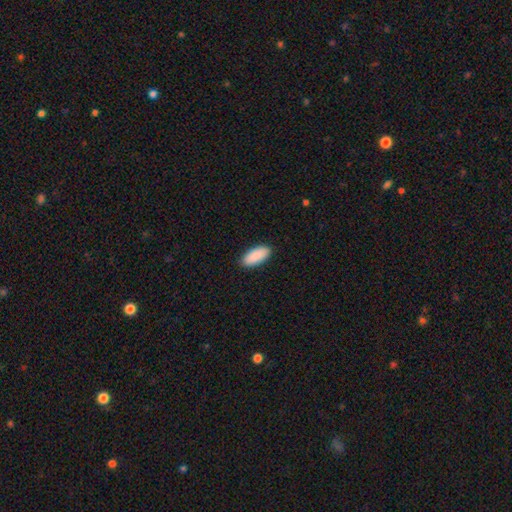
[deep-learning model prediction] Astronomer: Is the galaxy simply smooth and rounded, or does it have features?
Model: smooth — 92%.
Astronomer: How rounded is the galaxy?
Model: in between — 90%.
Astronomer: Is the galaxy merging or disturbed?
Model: none — 90%.